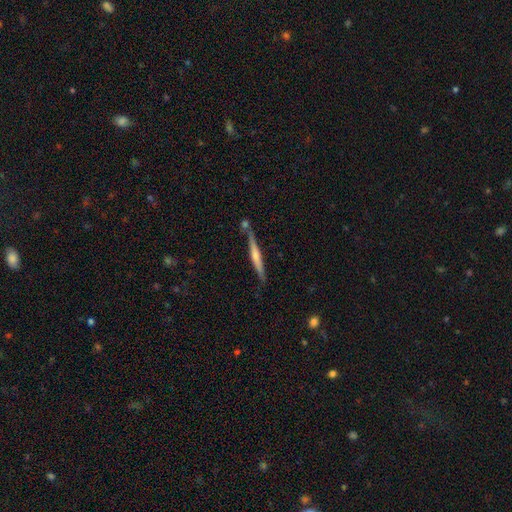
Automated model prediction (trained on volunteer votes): This is possibly a featured or disk galaxy (53%). It is clearly viewed edge-on (96%). Edge-on bulge: possibly rounded (48%). Merging: likely none (74%).